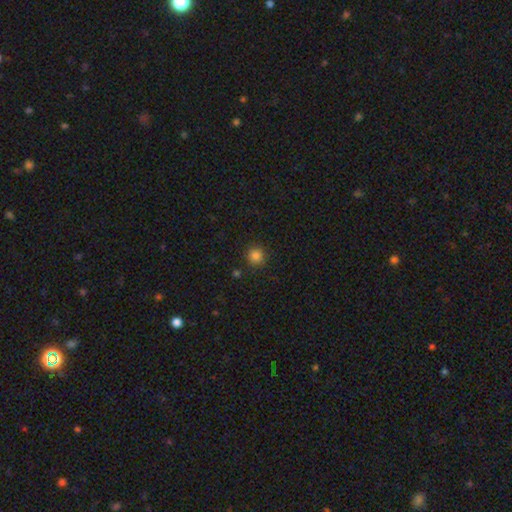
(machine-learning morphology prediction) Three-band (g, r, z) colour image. It shows a smooth galaxy with no disk features (84%) that is round (93%). Merging: none (90%).